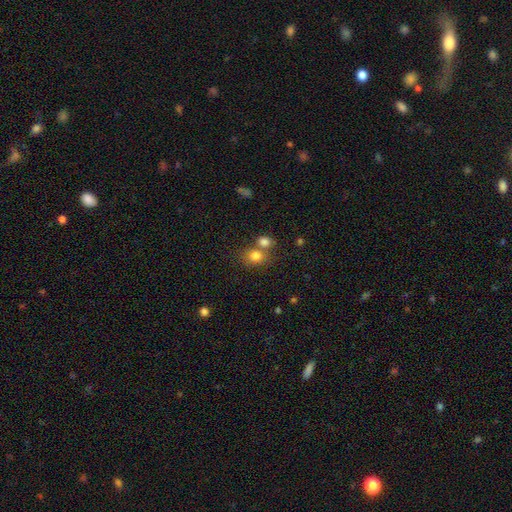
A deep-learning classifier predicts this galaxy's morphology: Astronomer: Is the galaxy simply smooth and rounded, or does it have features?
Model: smooth — 80%.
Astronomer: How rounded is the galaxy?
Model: round — 58% (runner-up: in between, 41%).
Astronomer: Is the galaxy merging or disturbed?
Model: none — 46% (runner-up: merger, 40%).